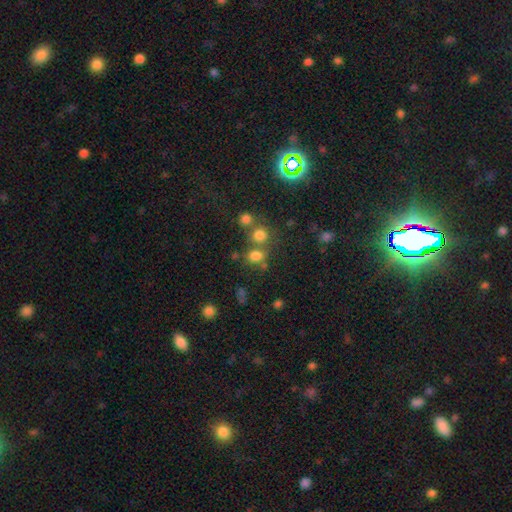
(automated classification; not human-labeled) smooth_or_featured: smooth (p=0.74) [alt: star or artifact p=0.18]
how_rounded: round (p=0.69) [alt: in between p=0.30]
merging: none (p=0.58) [alt: merger p=0.27]